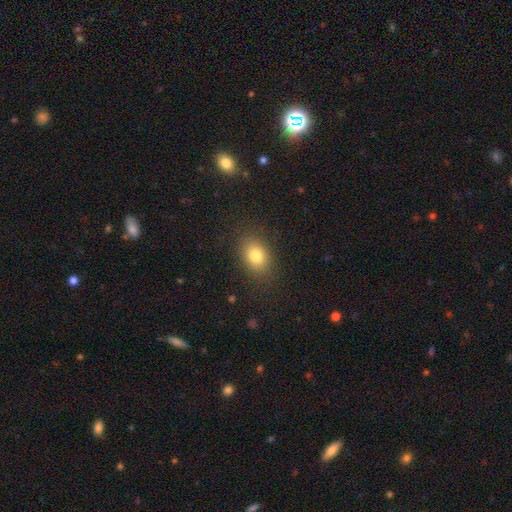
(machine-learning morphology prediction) Smooth or featured?
  - smooth: 80% *
  - star or artifact: 11%
  - featured or disk: 9%
How rounded?
  - in between: 69% *
  - round: 30%
  - cigar-shaped: 1%
Merging?
  - none: 85% *
  - minor disturbance: 10%
  - major disturbance: 4%
  - merger: 1%